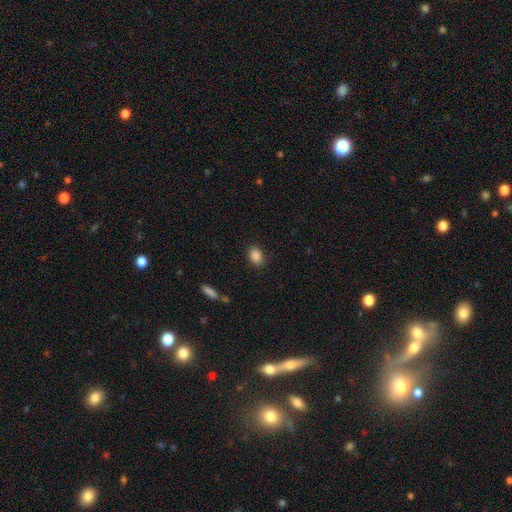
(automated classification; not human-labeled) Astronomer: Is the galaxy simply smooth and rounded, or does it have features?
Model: smooth — 87%.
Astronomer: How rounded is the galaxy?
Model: in between — 67%.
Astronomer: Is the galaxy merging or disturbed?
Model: none — 87%.